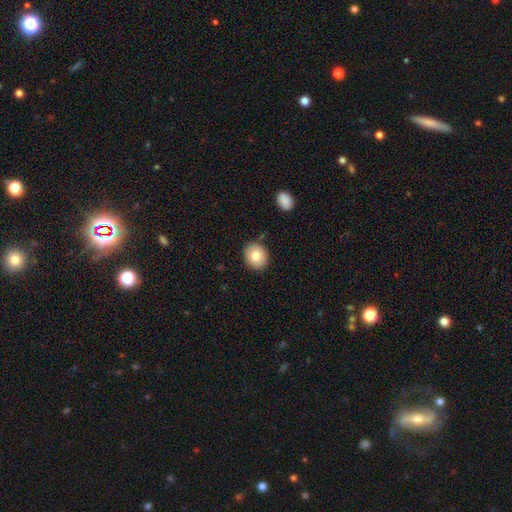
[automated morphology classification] smooth-or-featured: smooth: 78% | featured or disk: 14% | star or artifact: 8%
  how-rounded: round: 68% | in between: 31% | cigar-shaped: 1%
  merging: none: 87% | minor disturbance: 9% | major disturbance: 2% | merger: 2%